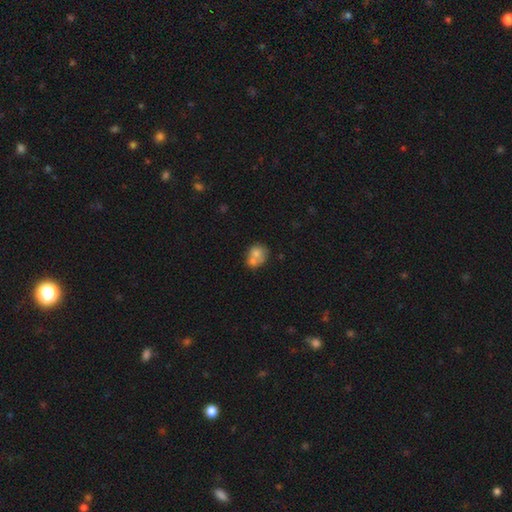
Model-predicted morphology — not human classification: Smooth or featured? smooth (70%)
How rounded? round (68%)
Merging? merger (50%)